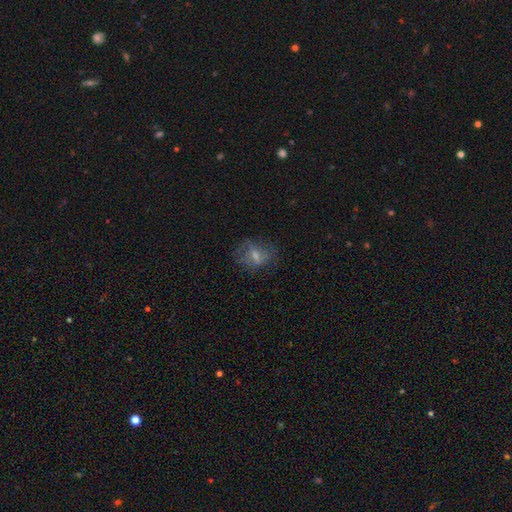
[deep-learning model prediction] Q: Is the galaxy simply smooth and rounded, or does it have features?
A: smooth — 45%.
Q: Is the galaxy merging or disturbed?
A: none — 66%.